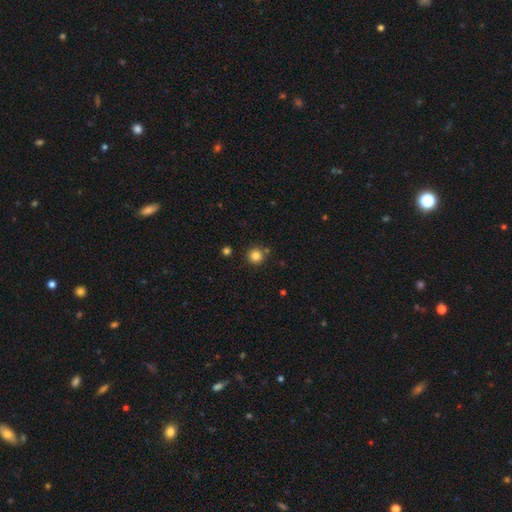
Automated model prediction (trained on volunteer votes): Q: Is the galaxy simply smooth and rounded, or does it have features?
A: smooth — 83%.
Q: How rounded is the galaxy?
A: round — 95%.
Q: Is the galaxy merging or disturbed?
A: none — 84%.